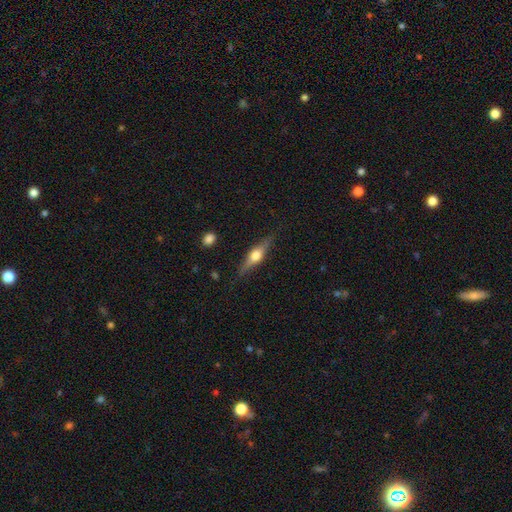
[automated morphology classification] Smooth or featured? featured or disk (66%)
Edge-on disk? yes (96%)
Edge-on bulge? rounded (93%)
Merging? none (84%)